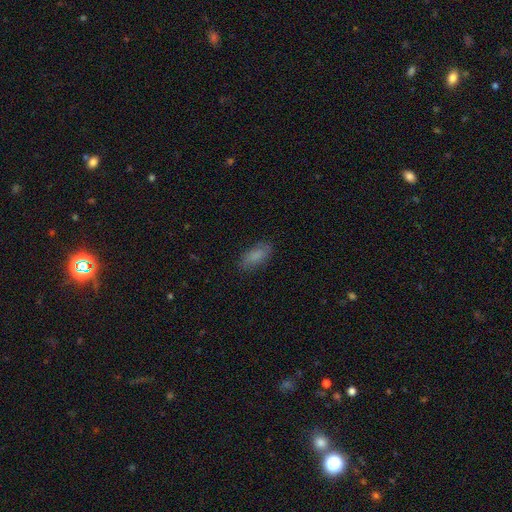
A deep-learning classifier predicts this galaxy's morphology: type=smooth (83%); roundness=in between (85%); merging=none (83%).